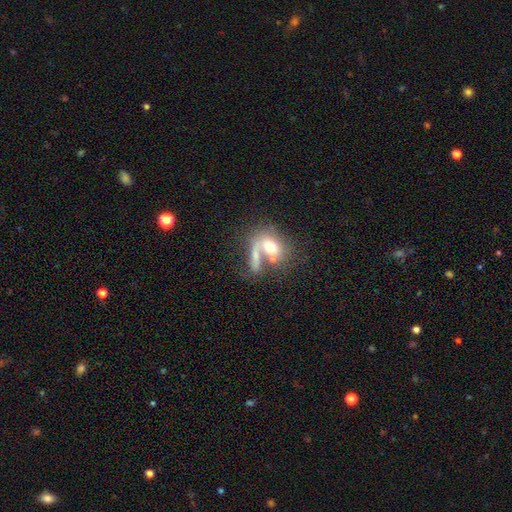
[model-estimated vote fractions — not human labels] Overall: smooth (58%; featured or disk 33%). How rounded: in between (61%; round 30%). Merging: merger (51%; none 26%).